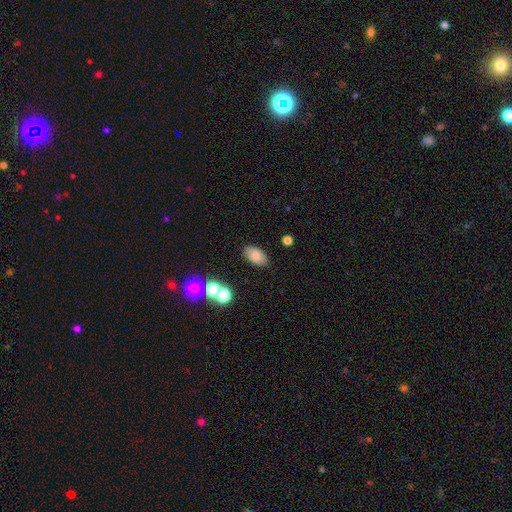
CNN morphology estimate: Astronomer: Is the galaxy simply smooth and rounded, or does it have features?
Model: smooth — 77%.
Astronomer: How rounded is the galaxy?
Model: in between — 92%.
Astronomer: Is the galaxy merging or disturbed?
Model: none — 85%.